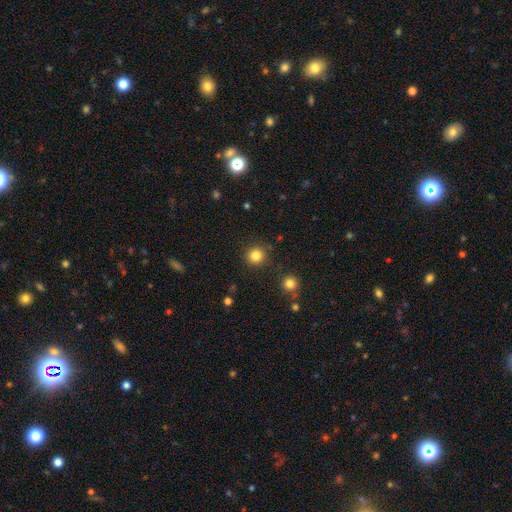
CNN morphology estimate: Smooth or featured? Predicted: smooth (p=0.83). How rounded? Predicted: round (p=0.93). Merging? Predicted: none (p=0.89).